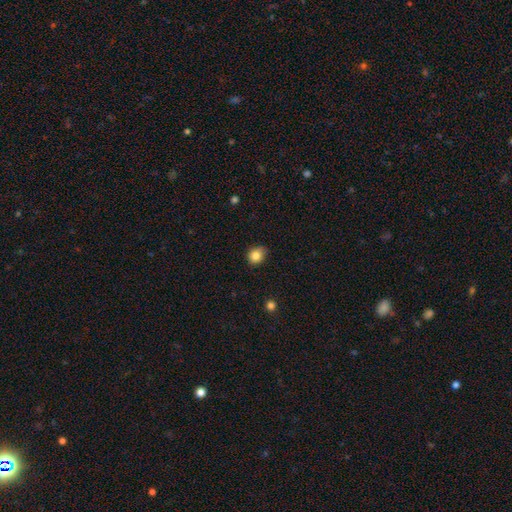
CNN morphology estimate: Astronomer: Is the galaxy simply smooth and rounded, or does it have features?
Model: smooth — 84%.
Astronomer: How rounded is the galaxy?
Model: round — 64%.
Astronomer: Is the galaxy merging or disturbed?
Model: none — 67%.